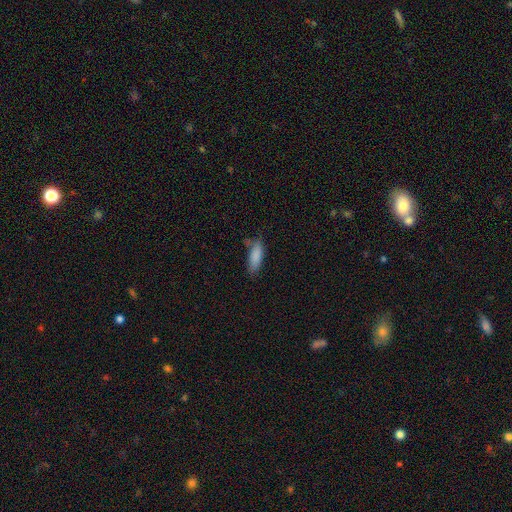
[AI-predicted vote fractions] Morphology: type=smooth (86%); roundness=in between (63%); merging=none (64%).